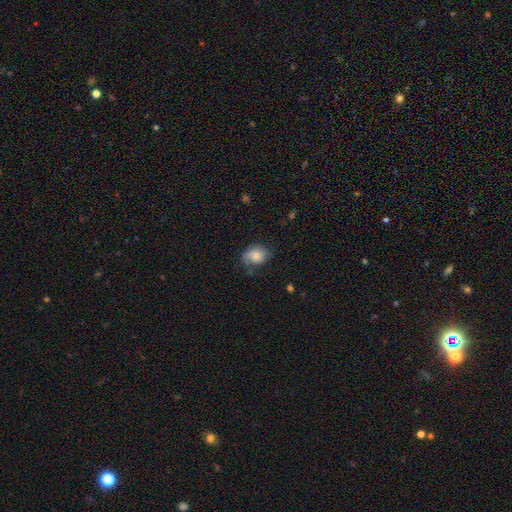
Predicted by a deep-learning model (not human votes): A smooth galaxy with no disk features (60%) that is in between round and cigar-shaped (56%). Merging: none (55%).